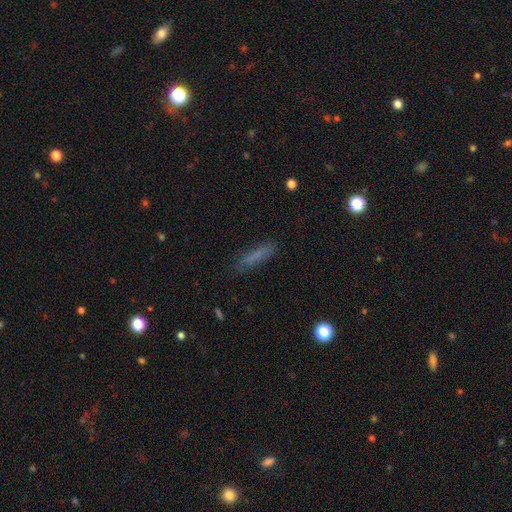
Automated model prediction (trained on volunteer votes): smooth 71%, featured or disk 18%, star or artifact 11%. Down the decision tree: how rounded — cigar-shaped (83%); merging — none (81%).